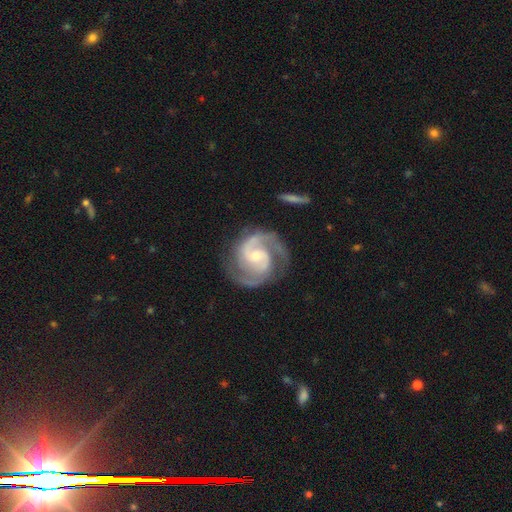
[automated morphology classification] Smooth or featured? featured or disk (92%)
Edge-on disk? no (98%)
Bar? no (47%)
Spiral arms? yes (98%)
Spiral winding? medium (53%)
Spiral arm count? 2 (87%)
Bulge size? small (51%)
Merging? none (78%)